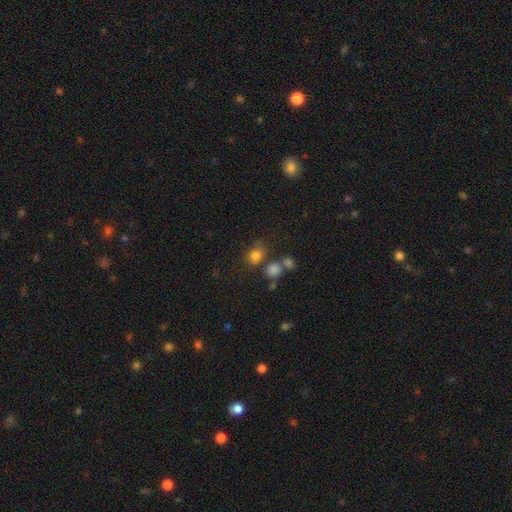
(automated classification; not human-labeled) Smooth or featured? Predicted: smooth (p=0.79). How rounded? Predicted: in between (p=0.50). Merging? Predicted: none (p=0.60).